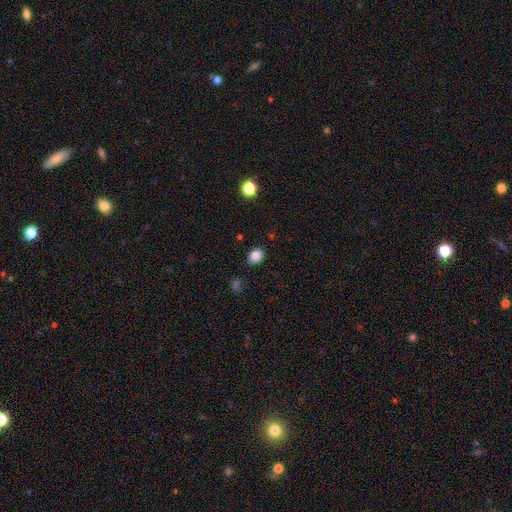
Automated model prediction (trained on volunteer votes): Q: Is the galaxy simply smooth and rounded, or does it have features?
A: smooth — 86%.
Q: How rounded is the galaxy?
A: in between — 59%.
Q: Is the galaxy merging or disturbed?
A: none — 80%.